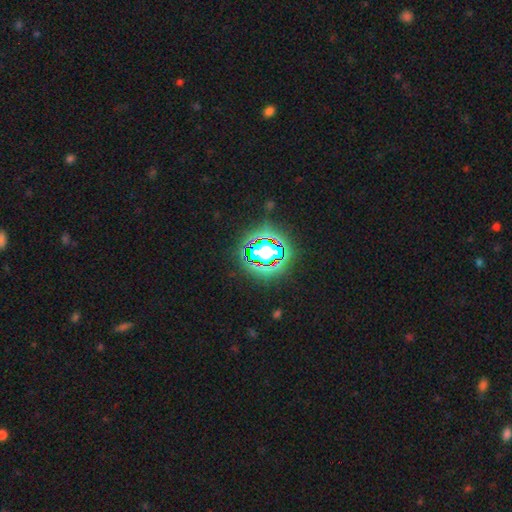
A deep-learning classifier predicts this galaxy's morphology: type=star or artifact (69%).